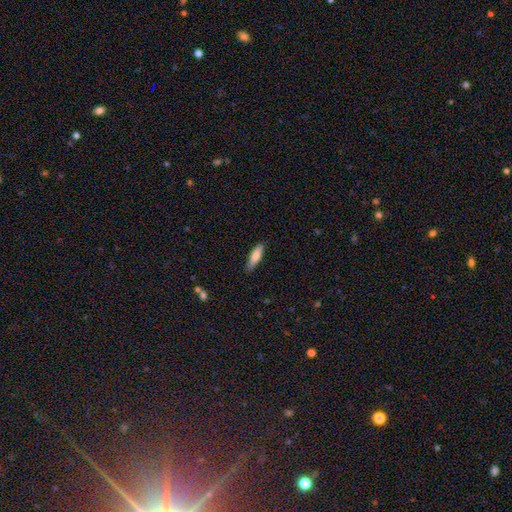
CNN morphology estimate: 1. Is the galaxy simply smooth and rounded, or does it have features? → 78% smooth, 16% featured or disk, 6% star or artifact.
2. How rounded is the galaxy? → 58% cigar-shaped, 40% in between, 2% round.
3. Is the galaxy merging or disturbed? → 85% none, 12% minor disturbance, 2% major disturbance, 1% merger.